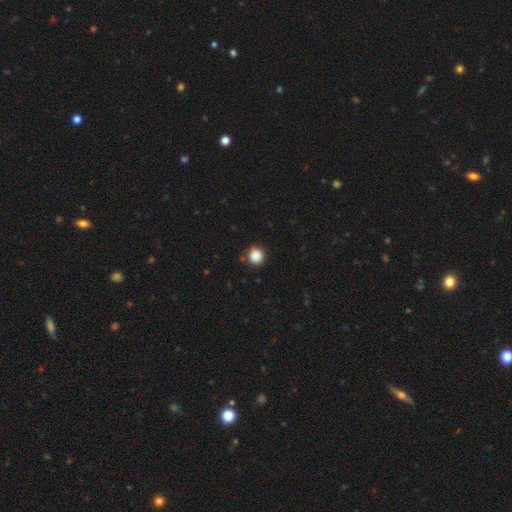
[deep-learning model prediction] Smooth or featured: smooth — 87% (star or artifact — 10%)
How rounded: round — 89% (in between — 10%)
Merging: none — 85% (minor disturbance — 11%)